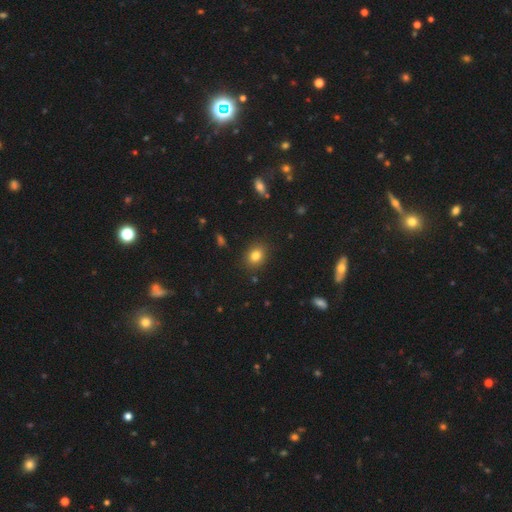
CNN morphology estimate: Smooth or featured? Predicted: smooth (p=0.81). How rounded? Predicted: round (p=0.54). Merging? Predicted: none (p=0.88).